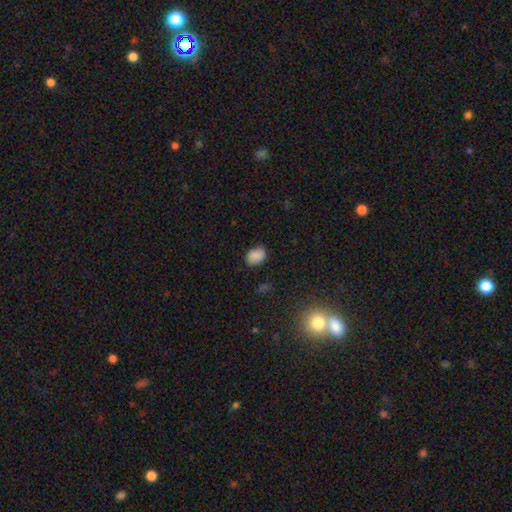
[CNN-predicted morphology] A smooth galaxy with no disk features (86%) that is in between round and cigar-shaped (78%).

Vote fractions:
- Smooth or featured? smooth: 86% / star or artifact: 9% / featured or disk: 5%
- How rounded? in between: 78% / round: 21% / cigar-shaped: 1%
- Merging? none: 82% / minor disturbance: 14% / major disturbance: 3% / merger: 1%